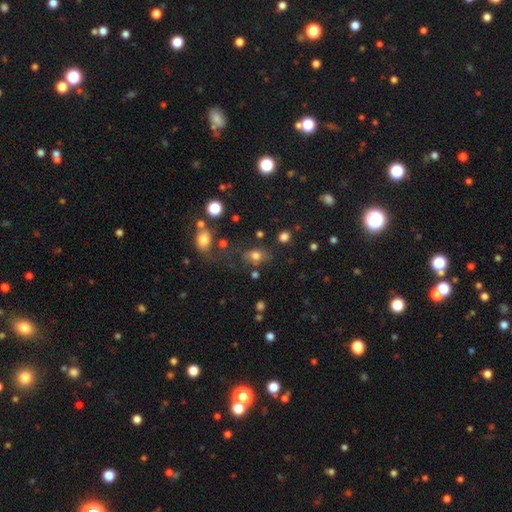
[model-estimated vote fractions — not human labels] The model was most divided on "how rounded": in between: 66%, round: 32%, cigar-shaped: 2%. More confident: smooth or featured — smooth (72%); merging — none (56%).